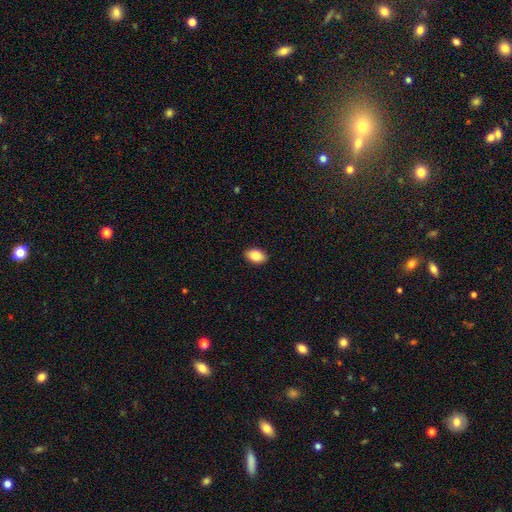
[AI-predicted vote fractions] The model was most divided on "smooth or featured": smooth: 86%, star or artifact: 7%, featured or disk: 7%. More confident: merging — none (90%); how rounded — in between (90%).